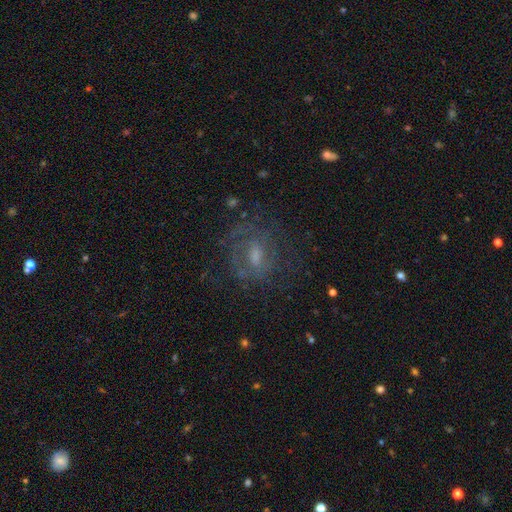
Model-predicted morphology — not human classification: smooth_or_featured: featured or disk (p=0.59) [alt: smooth p=0.26]
disk_edge_on: no (p=0.95) [alt: yes p=0.05]
bar: weak (p=0.49) [alt: no p=0.37]
has_spiral_arms: yes (p=0.68) [alt: no p=0.32]
bulge_size: moderate (p=0.46) [alt: small p=0.31]
merging: none (p=0.63) [alt: minor disturbance p=0.18]